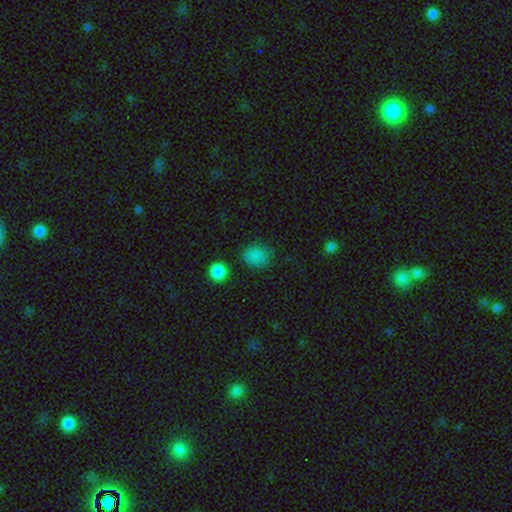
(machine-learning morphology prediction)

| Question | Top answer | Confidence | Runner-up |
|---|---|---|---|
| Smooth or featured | smooth | 82% | star or artifact (13%) |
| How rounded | round | 69% | in between (30%) |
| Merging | none | 74% | minor disturbance (18%) |